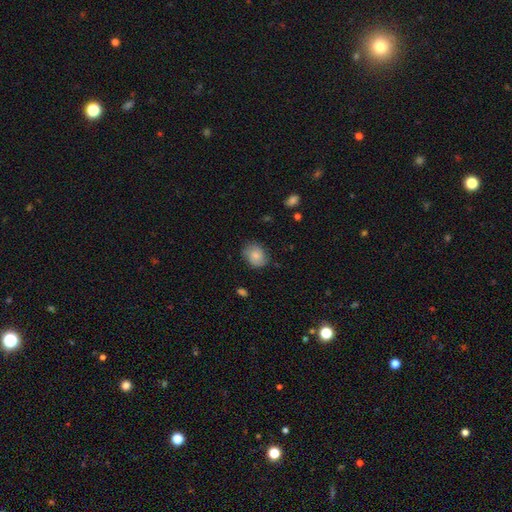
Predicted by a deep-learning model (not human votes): A smooth galaxy with no disk features (78%) that is in between round and cigar-shaped (51%).

Vote fractions:
- Smooth or featured? smooth: 78% / featured or disk: 15% / star or artifact: 8%
- How rounded? in between: 51% / round: 48% / cigar-shaped: 1%
- Merging? none: 74% / minor disturbance: 21% / major disturbance: 4% / merger: 1%